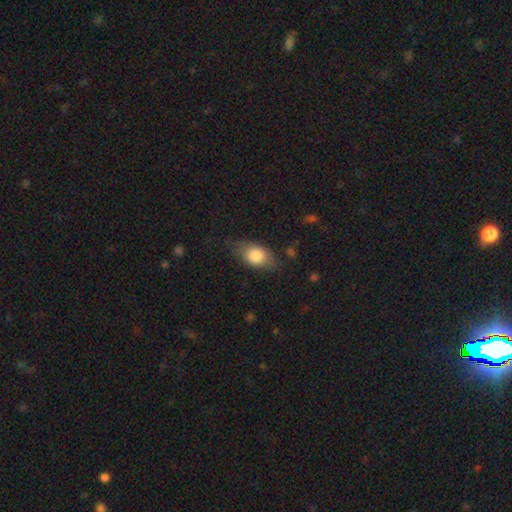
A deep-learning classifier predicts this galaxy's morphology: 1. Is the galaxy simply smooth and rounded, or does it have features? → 81% smooth, 12% featured or disk, 7% star or artifact.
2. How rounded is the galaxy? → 80% in between, 16% round, 3% cigar-shaped.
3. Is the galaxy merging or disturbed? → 67% none, 23% minor disturbance, 8% major disturbance, 2% merger.